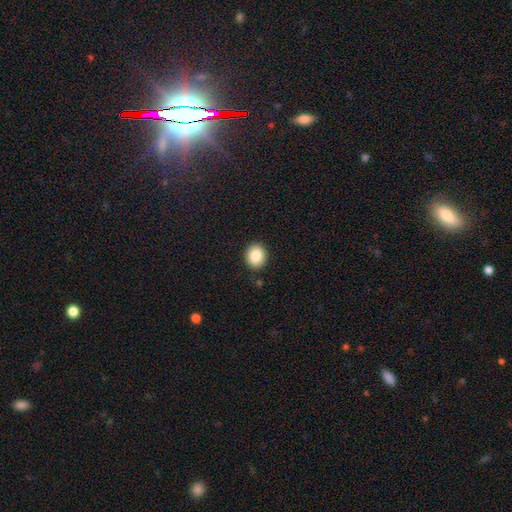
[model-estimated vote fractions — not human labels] Smooth or featured: smooth — 86% (star or artifact — 9%)
How rounded: round — 67% (in between — 32%)
Merging: none — 89% (minor disturbance — 7%)